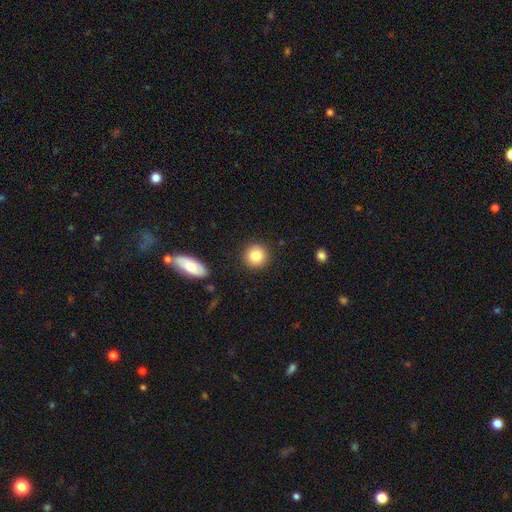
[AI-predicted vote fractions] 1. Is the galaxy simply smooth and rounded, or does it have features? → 83% smooth, 9% star or artifact, 7% featured or disk.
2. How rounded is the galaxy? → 92% round, 7% in between, 1% cigar-shaped.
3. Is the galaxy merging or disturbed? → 90% none, 6% minor disturbance, 2% major disturbance, 2% merger.